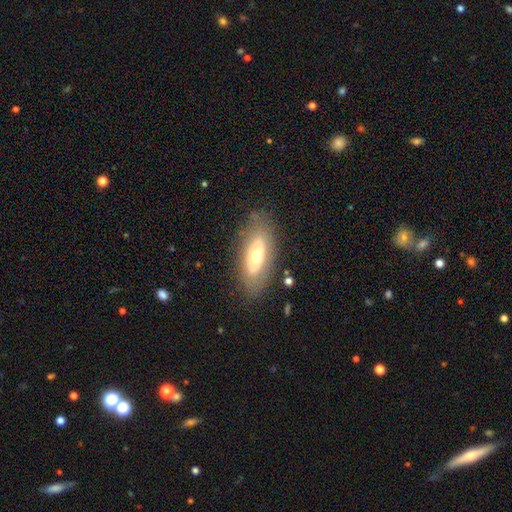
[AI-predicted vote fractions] This appears to be a featured or disk galaxy (48%). Merging: none (79%).